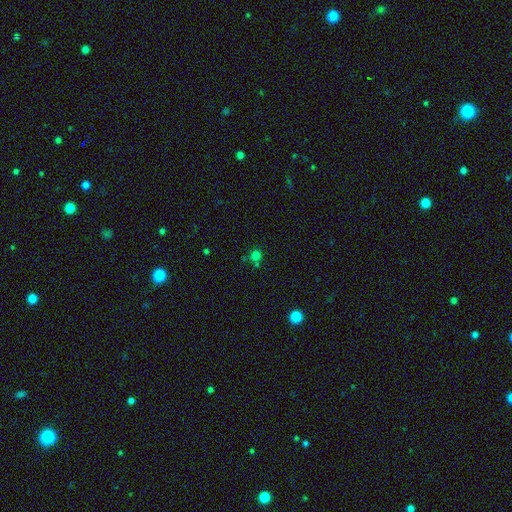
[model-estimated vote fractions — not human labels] Morphology: type=smooth (70%); roundness=round (90%); merging=none (68%).